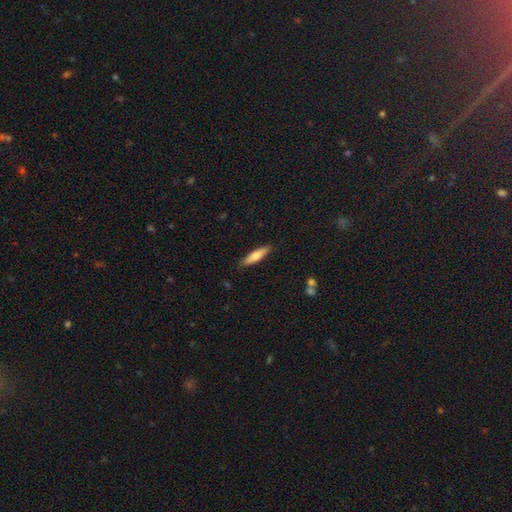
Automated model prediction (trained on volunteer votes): Smooth or featured: smooth — 69% (featured or disk — 26%)
How rounded: cigar-shaped — 70% (in between — 29%)
Merging: none — 88% (minor disturbance — 9%)